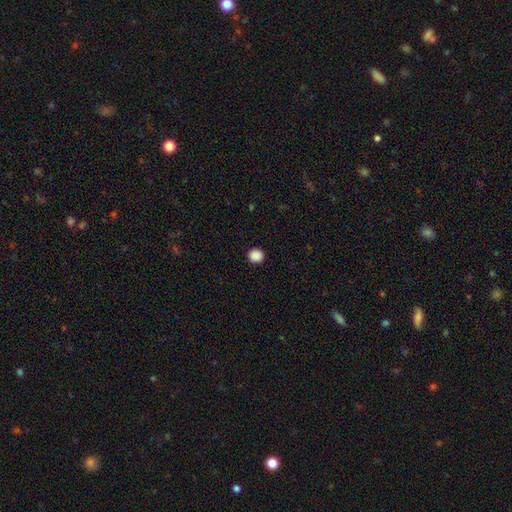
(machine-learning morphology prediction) Smooth or featured?
  - smooth: 89% *
  - star or artifact: 9%
  - featured or disk: 2%
How rounded?
  - round: 91% *
  - in between: 8%
  - cigar-shaped: 1%
Merging?
  - none: 92% *
  - minor disturbance: 5%
  - major disturbance: 2%
  - merger: 1%